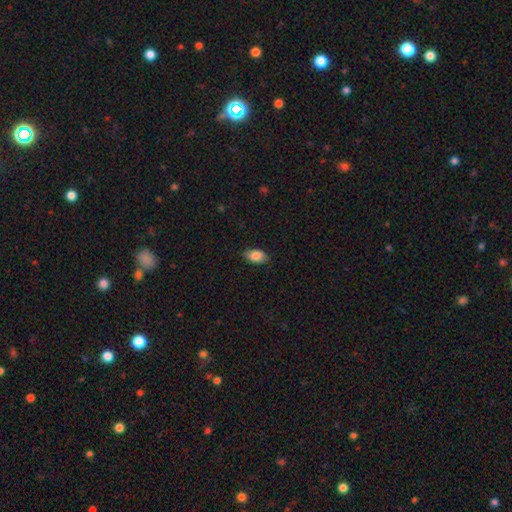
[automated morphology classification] Smooth or featured? Predicted: smooth (p=0.86). How rounded? Predicted: in between (p=0.91). Merging? Predicted: none (p=0.84).